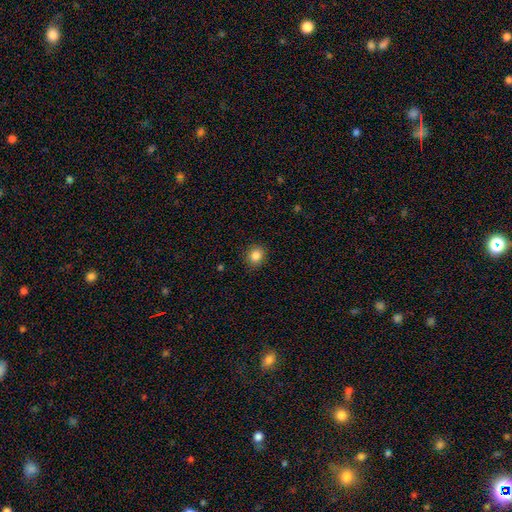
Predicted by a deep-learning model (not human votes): Smooth or featured? smooth (85%)
How rounded? round (73%)
Merging? none (89%)